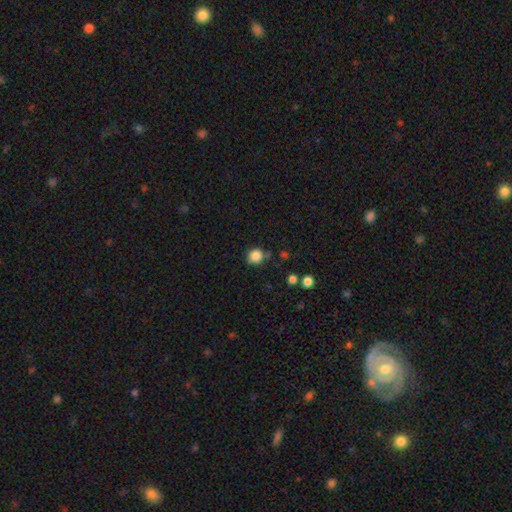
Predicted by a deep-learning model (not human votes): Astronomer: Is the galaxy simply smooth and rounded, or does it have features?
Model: smooth — 85%.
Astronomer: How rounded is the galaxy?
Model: round — 85%.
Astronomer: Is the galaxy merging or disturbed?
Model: none — 73%.